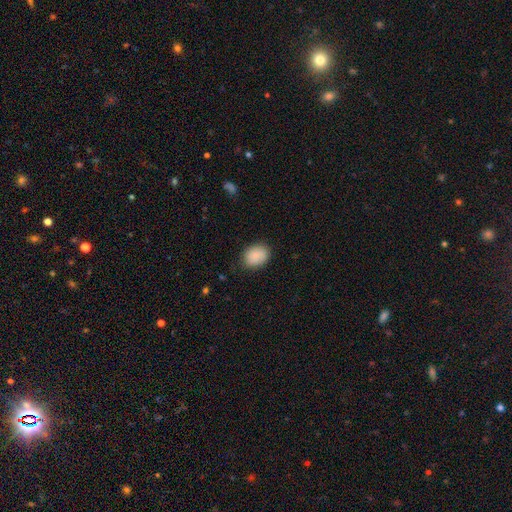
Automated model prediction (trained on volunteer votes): Smooth or featured? Predicted: smooth (p=0.87). How rounded? Predicted: in between (p=0.64). Merging? Predicted: none (p=0.80).